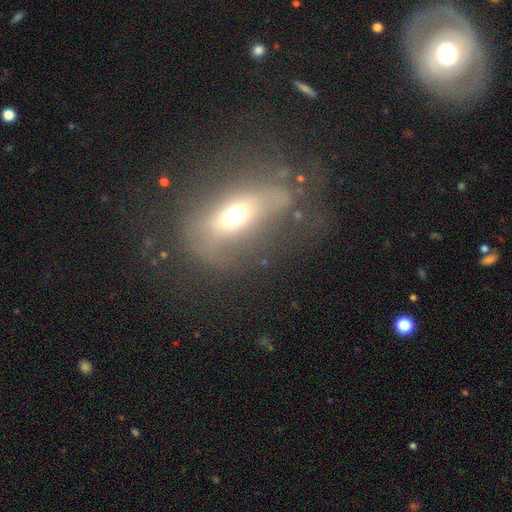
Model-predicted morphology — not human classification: smooth_or_featured: featured or disk (p=0.52) [alt: smooth p=0.33]
disk_edge_on: no (p=0.69) [alt: yes p=0.31]
merging: none (p=0.51) [alt: major disturbance p=0.23]